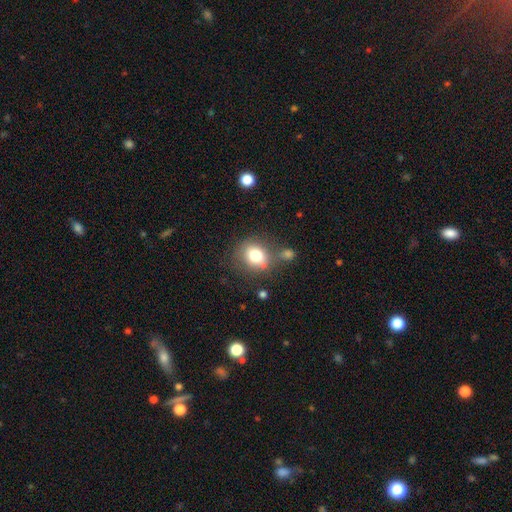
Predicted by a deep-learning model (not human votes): Smooth or featured? smooth (76%)
How rounded? round (67%)
Merging? none (64%)